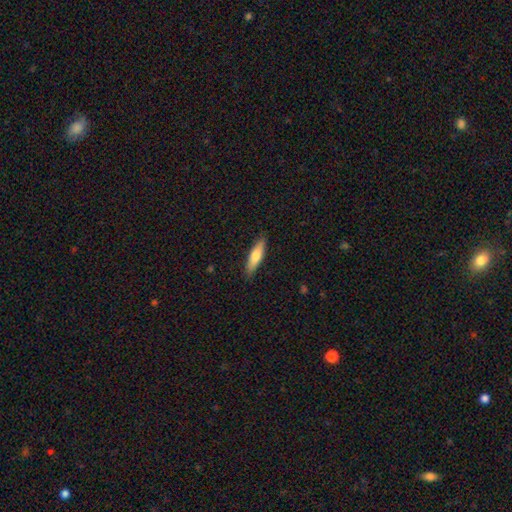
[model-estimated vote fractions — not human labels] Morphology: type=smooth (67%); roundness=cigar-shaped (70%); merging=none (88%).